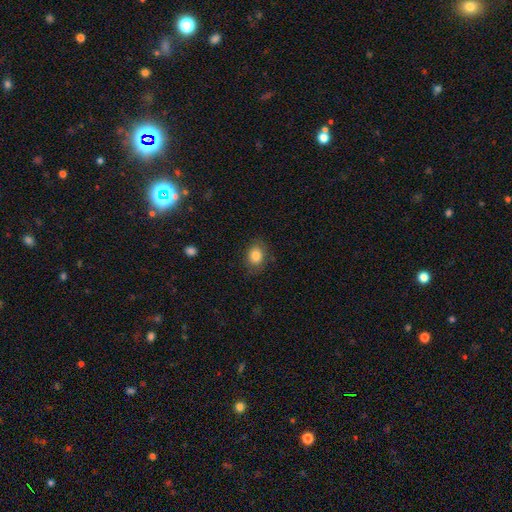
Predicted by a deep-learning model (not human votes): smooth-or-featured: smooth: 84% | star or artifact: 9% | featured or disk: 7%
  how-rounded: in between: 54% | round: 45% | cigar-shaped: 1%
  merging: none: 81% | minor disturbance: 14% | major disturbance: 4% | merger: 1%